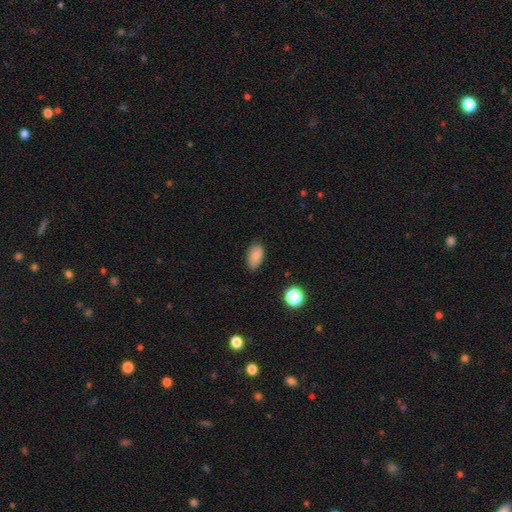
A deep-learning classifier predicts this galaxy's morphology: This is clearly a smooth galaxy (83%). How rounded: clearly in between (91%). Merging: likely none (77%).